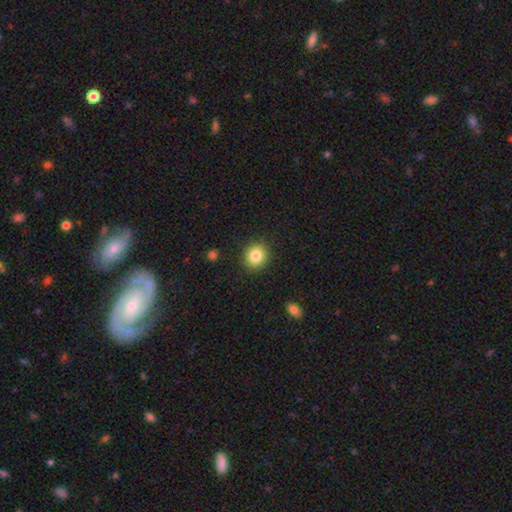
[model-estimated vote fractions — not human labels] Smooth or featured? smooth (84%)
How rounded? round (79%)
Merging? none (89%)